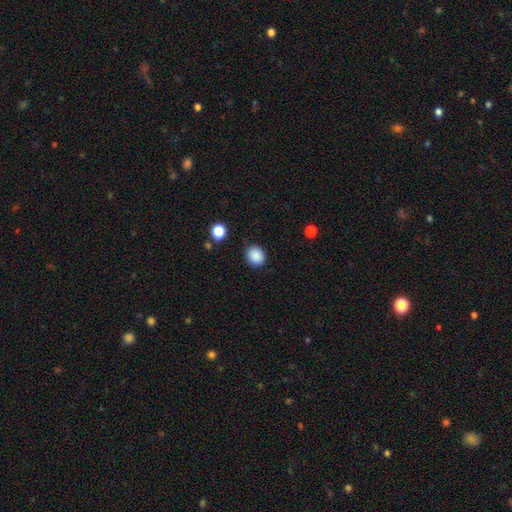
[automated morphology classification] smooth 88%, star or artifact 9%, featured or disk 3%. Down the decision tree: how rounded — round (75%); merging — none (88%).